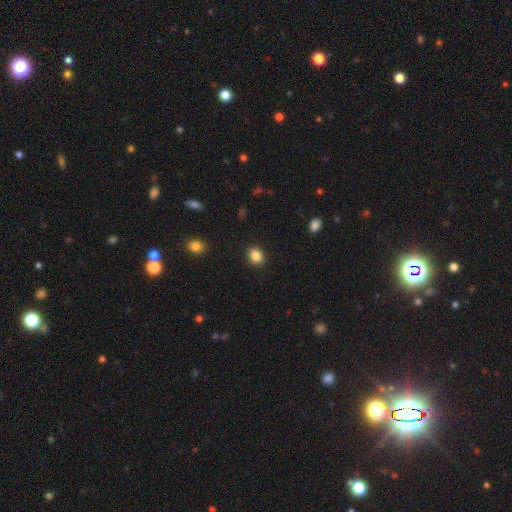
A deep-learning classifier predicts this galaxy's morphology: A smooth galaxy with no disk features (86%) that is round (52%).

Vote fractions:
- Smooth or featured? smooth: 86% / star or artifact: 10% / featured or disk: 4%
- How rounded? round: 52% / in between: 47% / cigar-shaped: 1%
- Merging? none: 90% / minor disturbance: 7% / major disturbance: 2% / merger: 1%